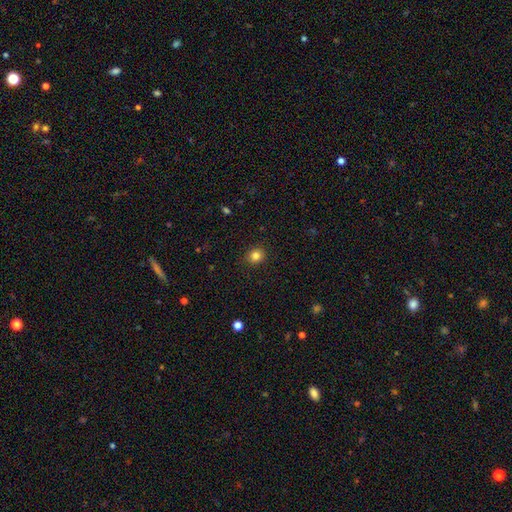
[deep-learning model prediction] smooth_or_featured: smooth (p=0.83) [alt: star or artifact p=0.12]
how_rounded: round (p=0.83) [alt: in between p=0.16]
merging: none (p=0.90) [alt: minor disturbance p=0.07]